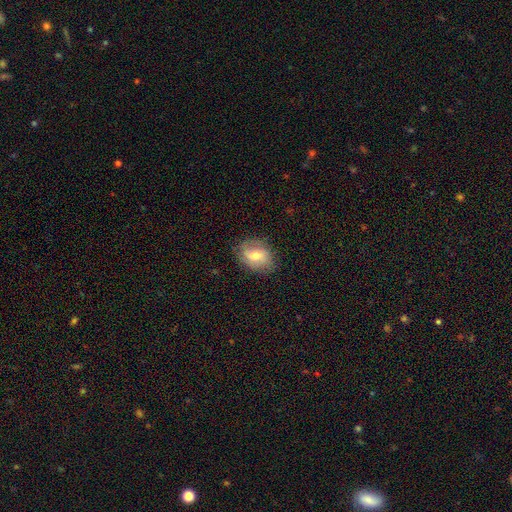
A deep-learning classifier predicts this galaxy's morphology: smooth 46%, featured or disk 44%, star or artifact 10%. Down the decision tree: merging — none (77%).